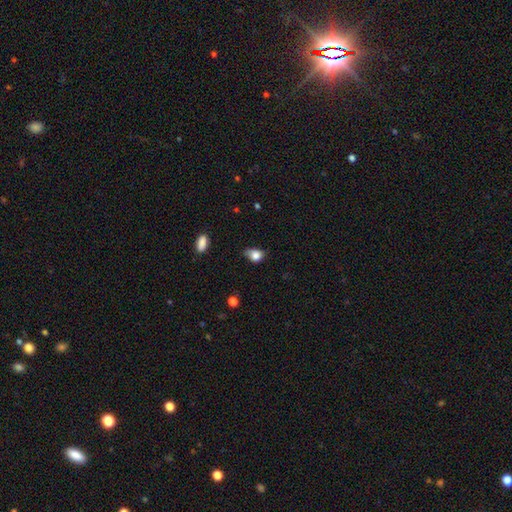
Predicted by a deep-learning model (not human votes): A smooth galaxy with no disk features (82%) that is in between round and cigar-shaped (64%).

Vote fractions:
- Smooth or featured? smooth: 82% / star or artifact: 9% / featured or disk: 9%
- How rounded? in between: 64% / round: 34% / cigar-shaped: 2%
- Merging? none: 45% / minor disturbance: 42% / major disturbance: 11% / merger: 2%